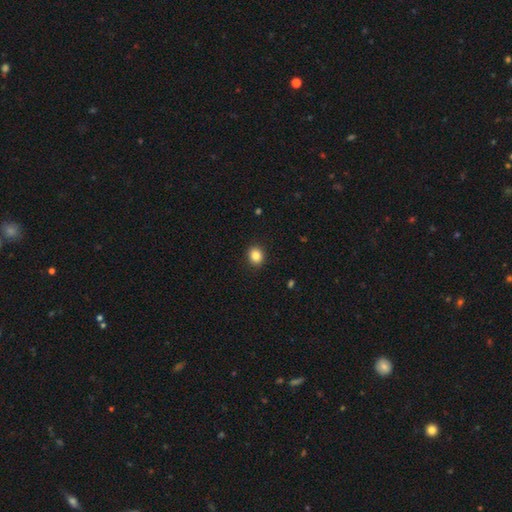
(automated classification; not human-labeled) Q: Smooth or featured?
A: smooth (86%); runner-up: star or artifact (10%)
Q: How rounded?
A: round (72%); runner-up: in between (27%)
Q: Merging?
A: none (91%); runner-up: minor disturbance (6%)